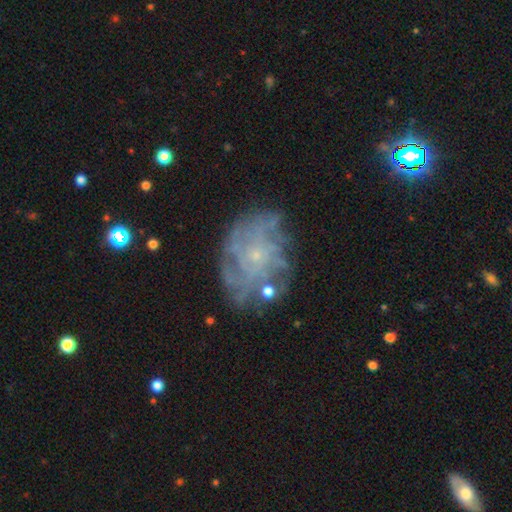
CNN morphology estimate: A featured or disk galaxy (76%) with no bar (82%), tight (61%) spiral arms (86%) and a small central bulge (83%).

Vote fractions:
- Smooth or featured? featured or disk: 76% / smooth: 14% / star or artifact: 10%
- Edge-on disk? no: 97% / yes: 3%
- Bar? no: 82% / weak: 15% / strong: 3%
- Spiral arms? yes: 86% / no: 14%
- Spiral winding? tight: 61% / medium: 28% / loose: 12%
- Spiral arm count? can't tell: 41% / more than 4: 19% / 4: 17% / 3: 9% / 2: 7% / 1: 6%
- Bulge size? small: 83% / moderate: 10% / none: 5% / large: 1% / dominant: 1%
- Merging? none: 71% / minor disturbance: 18% / major disturbance: 8% / merger: 3%